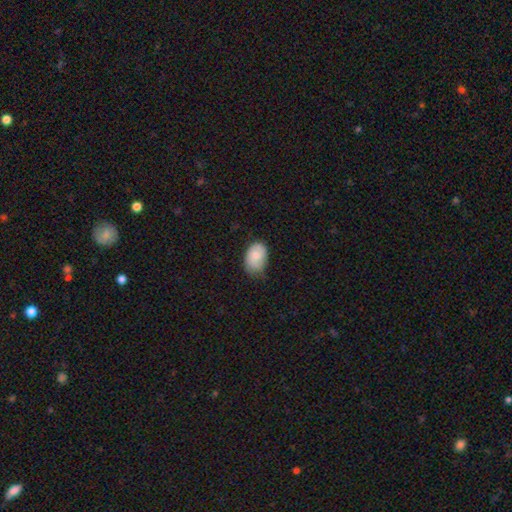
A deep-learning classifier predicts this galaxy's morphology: This appears to be a smooth galaxy with no disk features (75%) that is in between round and cigar-shaped (84%). Merging: none (57%).